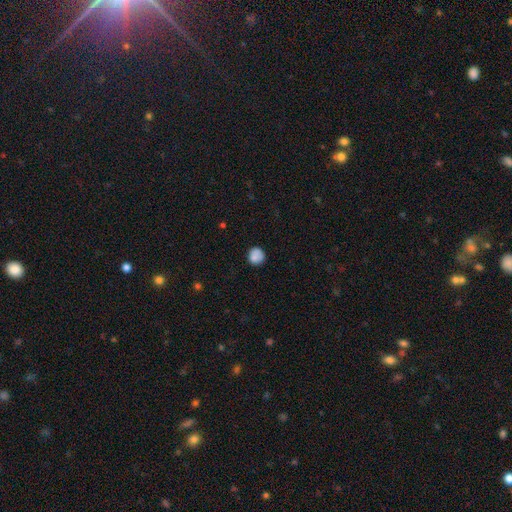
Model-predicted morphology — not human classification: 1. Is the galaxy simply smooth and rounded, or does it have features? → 85% smooth, 9% star or artifact, 6% featured or disk.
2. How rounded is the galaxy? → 90% round, 9% in between, 1% cigar-shaped.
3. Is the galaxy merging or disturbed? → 81% none, 14% minor disturbance, 3% major disturbance, 2% merger.